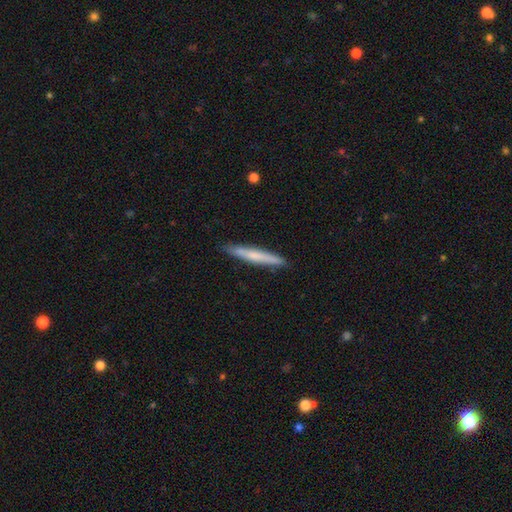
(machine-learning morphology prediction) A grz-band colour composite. It shows a smooth galaxy with no disk features (62%) that is cigar-shaped (96%). Merging: none (89%).